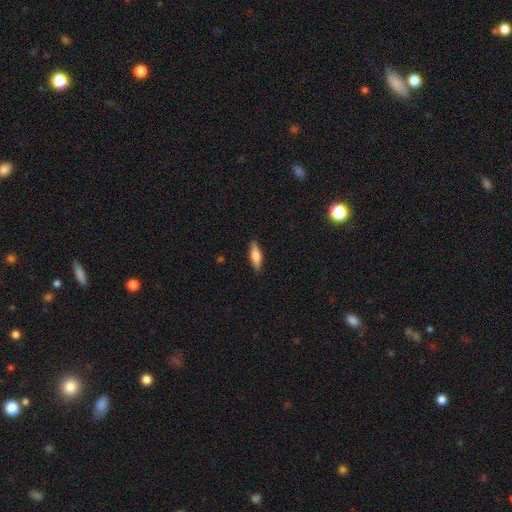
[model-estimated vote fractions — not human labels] Morphology: type=smooth (64%); roundness=in between (55%); merging=none (86%).